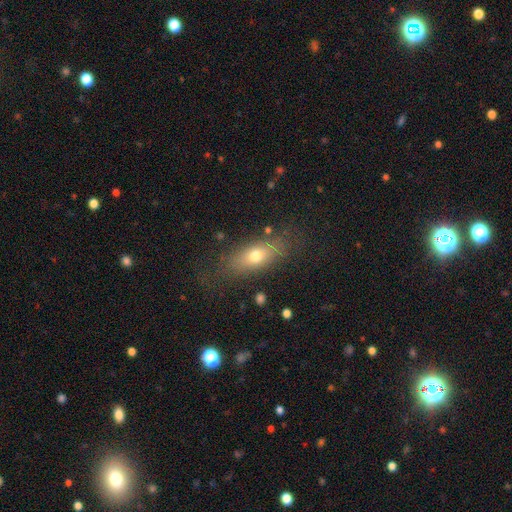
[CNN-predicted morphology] smooth 65%, featured or disk 25%, star or artifact 10%. Down the decision tree: how rounded — in between (66%); merging — none (76%).